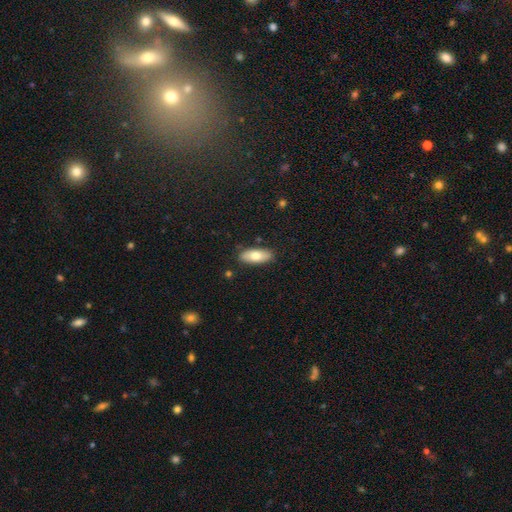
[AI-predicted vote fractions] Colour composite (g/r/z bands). It shows a smooth galaxy with no disk features (75%) that is in between round and cigar-shaped (82%). Merging: none (86%).